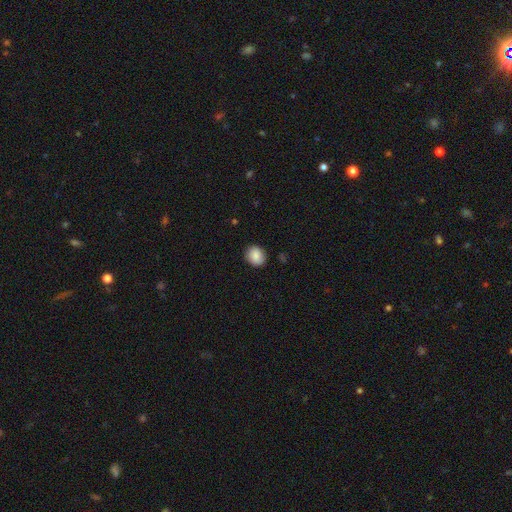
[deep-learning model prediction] This appears to be a smooth galaxy with no disk features (87%) that is round (68%). Merging: none (87%).